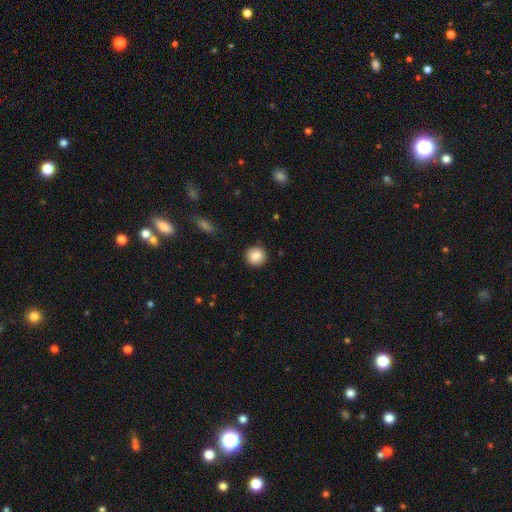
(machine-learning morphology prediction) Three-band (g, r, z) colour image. It shows a smooth galaxy with no disk features (87%) that is round (92%). Merging: none (90%).